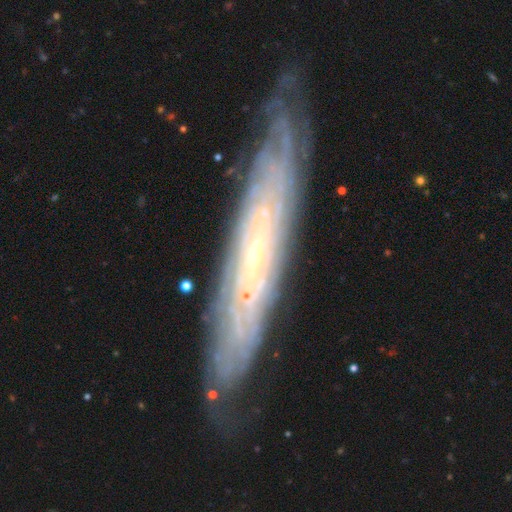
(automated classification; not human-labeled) Morphology: type=featured or disk (81%); edge-on=no (59%); merging=none (78%).